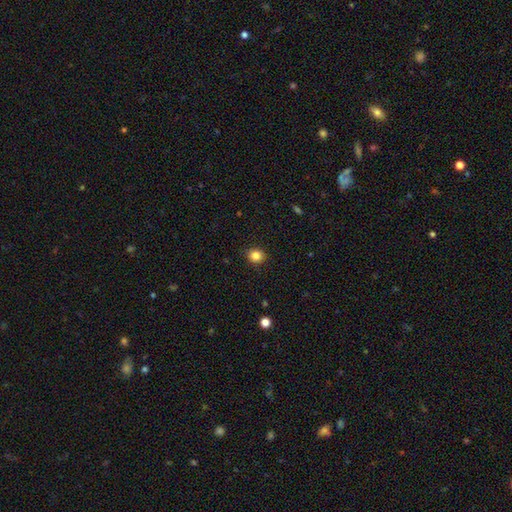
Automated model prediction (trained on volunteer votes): Overall: smooth (84%). How rounded: round (80%). Merging: none (90%).